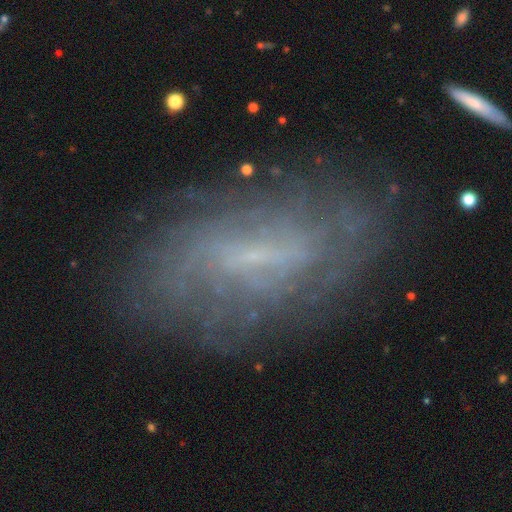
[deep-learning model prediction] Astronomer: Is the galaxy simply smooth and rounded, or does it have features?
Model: featured or disk — 70%.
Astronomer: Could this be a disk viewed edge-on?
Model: no — 90%.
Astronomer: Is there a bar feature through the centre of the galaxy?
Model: weak — 51%.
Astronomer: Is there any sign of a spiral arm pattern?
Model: yes — 73%.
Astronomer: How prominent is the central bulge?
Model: small — 64%.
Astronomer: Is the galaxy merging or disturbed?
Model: none — 75%.